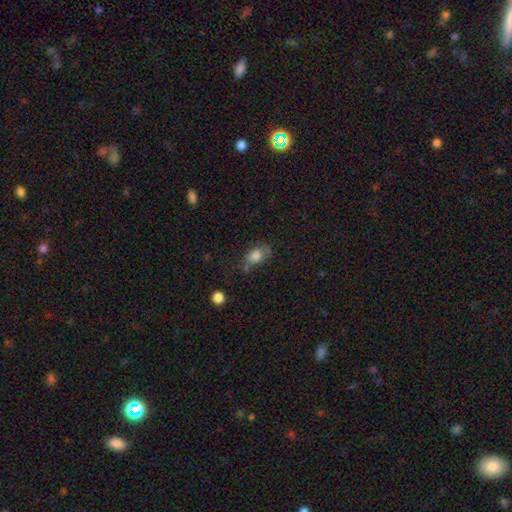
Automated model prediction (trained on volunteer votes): Overall: smooth (78%). How rounded: in between (78%). Merging: none (53%; minor disturbance 26%).